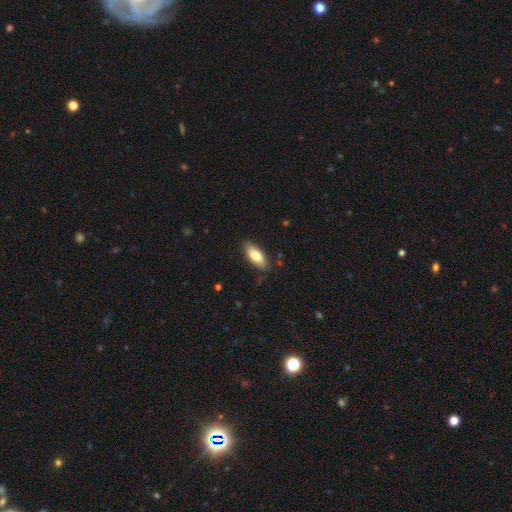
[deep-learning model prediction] smooth 80%, featured or disk 14%, star or artifact 6%. Down the decision tree: how rounded — in between (82%); merging — none (85%).